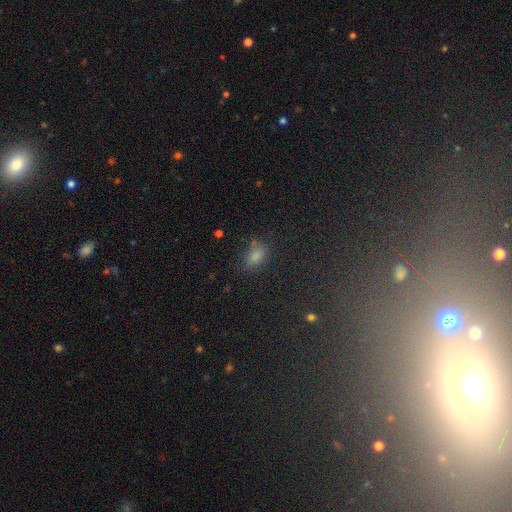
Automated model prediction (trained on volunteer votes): Smooth or featured? Predicted: smooth (p=0.78). How rounded? Predicted: in between (p=0.84). Merging? Predicted: none (p=0.62).